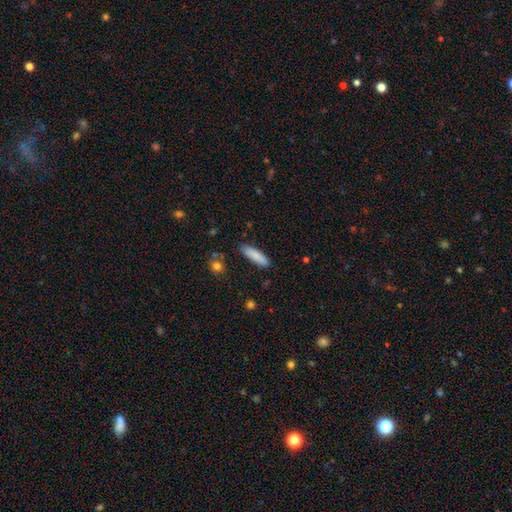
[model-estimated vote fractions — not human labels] Smooth or featured: smooth — 85% (featured or disk — 8%)
How rounded: cigar-shaped — 65% (in between — 34%)
Merging: none — 85% (minor disturbance — 11%)